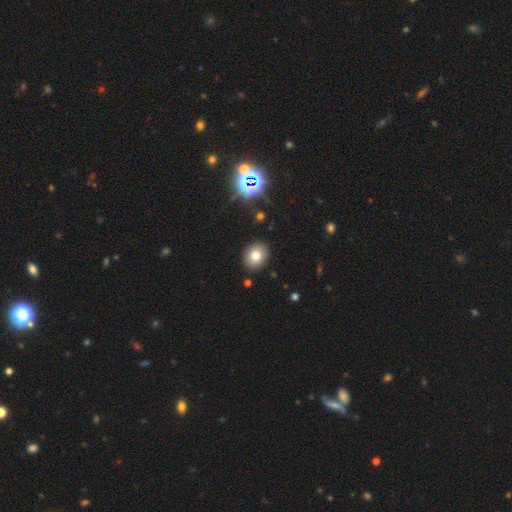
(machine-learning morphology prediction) The model was most divided on "how rounded": round: 59%, in between: 40%, cigar-shaped: 1%. More confident: merging — none (90%); smooth or featured — smooth (76%).